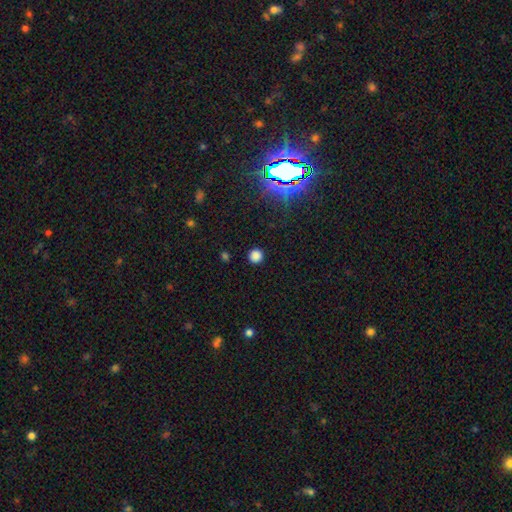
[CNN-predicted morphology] smooth 82%, star or artifact 15%, featured or disk 3%. Down the decision tree: how rounded — round (94%); merging — none (91%).